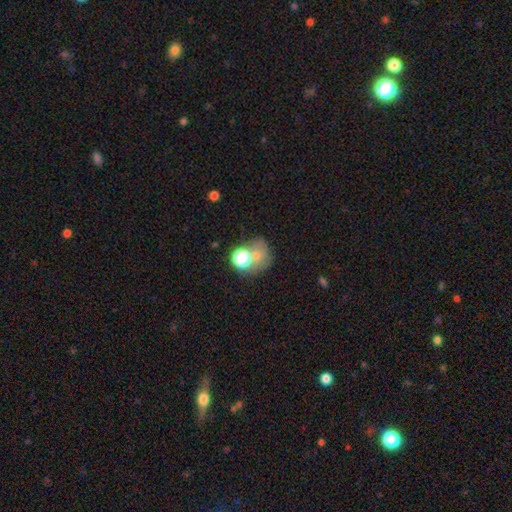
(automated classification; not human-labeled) A smooth galaxy with no disk features (57%) that is round (67%).

Vote fractions:
- Smooth or featured? smooth: 57% / star or artifact: 26% / featured or disk: 17%
- How rounded? round: 67% / in between: 32% / cigar-shaped: 1%
- Merging? none: 44% / merger: 29% / major disturbance: 14% / minor disturbance: 13%